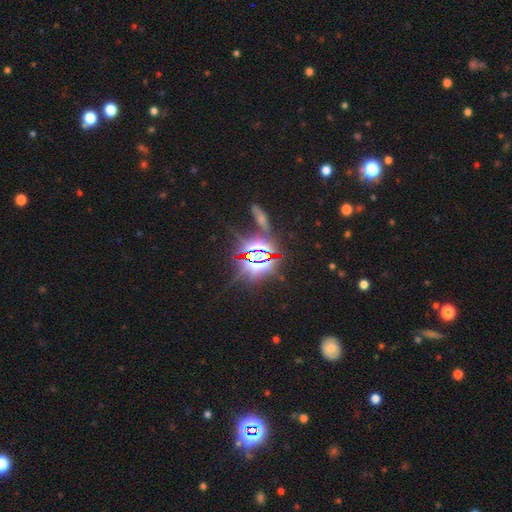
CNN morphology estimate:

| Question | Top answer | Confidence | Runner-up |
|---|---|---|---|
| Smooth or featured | star or artifact | 79% | smooth (11%) |